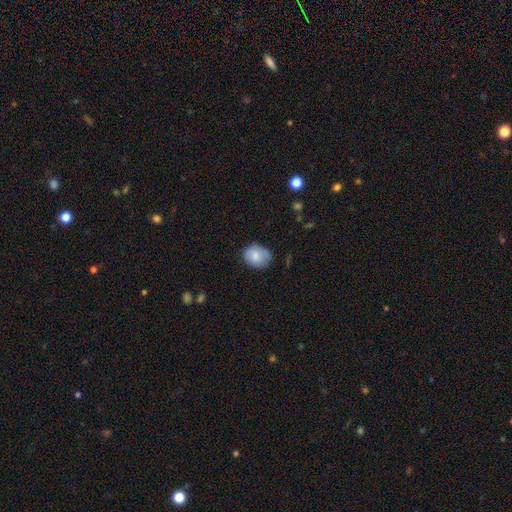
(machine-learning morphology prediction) smooth_or_featured: smooth (p=0.81) [alt: featured or disk p=0.11]
how_rounded: round (p=0.53) [alt: in between p=0.46]
merging: none (p=0.68) [alt: minor disturbance p=0.25]